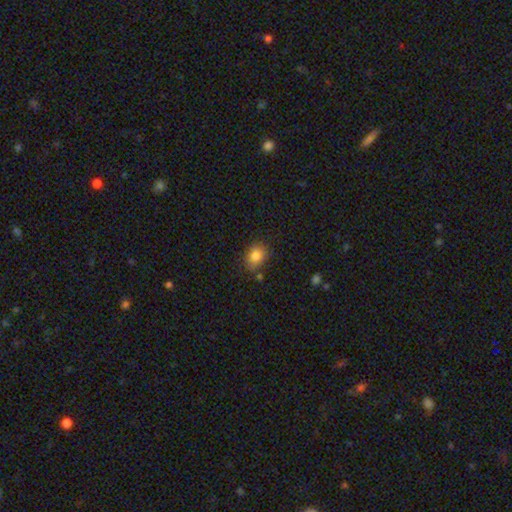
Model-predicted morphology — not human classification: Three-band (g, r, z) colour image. It shows a smooth galaxy with no disk features (84%) that is in between round and cigar-shaped (56%). Merging: none (74%).